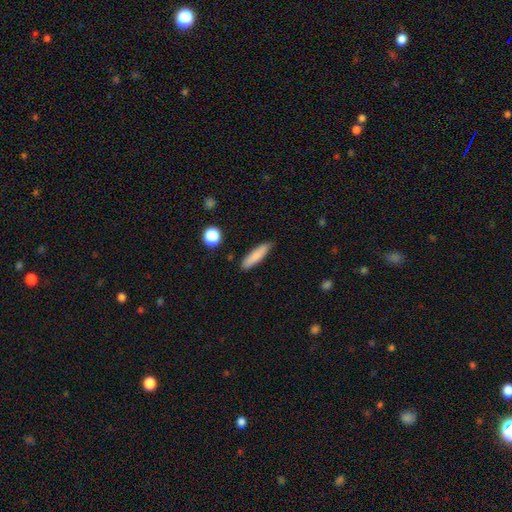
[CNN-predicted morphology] smooth_or_featured: smooth (p=0.81) [alt: featured or disk p=0.12]
how_rounded: cigar-shaped (p=0.76) [alt: in between p=0.22]
merging: none (p=0.85) [alt: minor disturbance p=0.11]